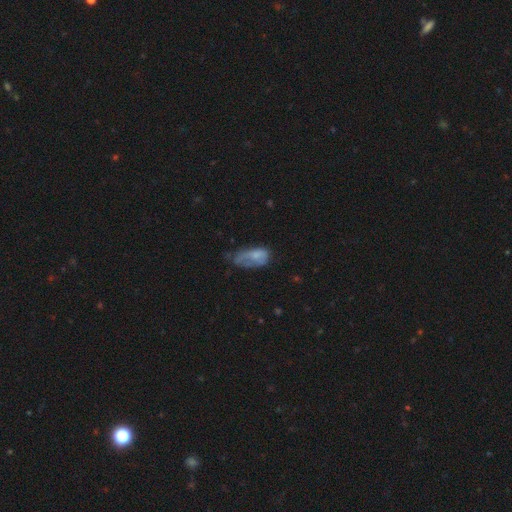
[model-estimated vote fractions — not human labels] The model was most divided on "merging": major disturbance: 36%, minor disturbance: 34%, none: 26%, merger: 5%. More confident: how rounded — in between (88%); smooth or featured — smooth (60%).